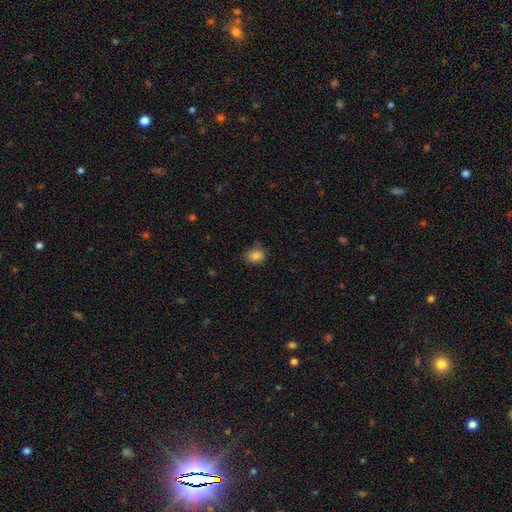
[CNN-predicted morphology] Smooth or featured? smooth (84%)
How rounded? in between (57%)
Merging? none (73%)